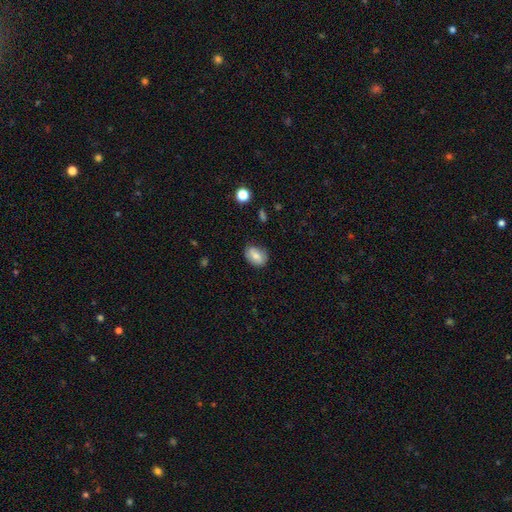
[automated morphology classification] Smooth or featured?
  - smooth: 74% *
  - featured or disk: 18%
  - star or artifact: 8%
How rounded?
  - in between: 80% *
  - round: 19%
  - cigar-shaped: 1%
Merging?
  - none: 72% *
  - minor disturbance: 22%
  - major disturbance: 4%
  - merger: 2%